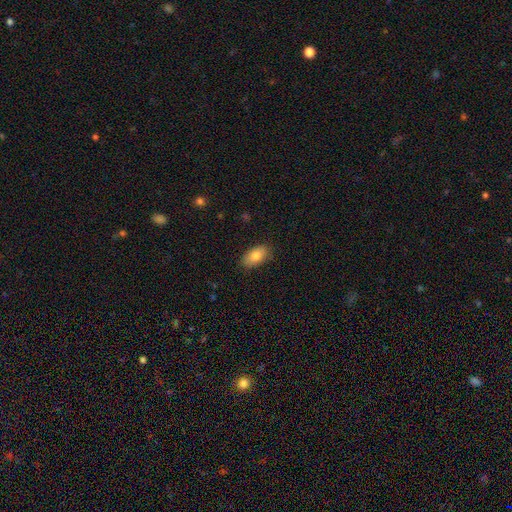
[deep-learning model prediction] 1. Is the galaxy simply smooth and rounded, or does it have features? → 81% smooth, 12% featured or disk, 7% star or artifact.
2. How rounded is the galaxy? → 92% in between, 4% round, 3% cigar-shaped.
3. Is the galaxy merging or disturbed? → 86% none, 11% minor disturbance, 2% major disturbance, 1% merger.